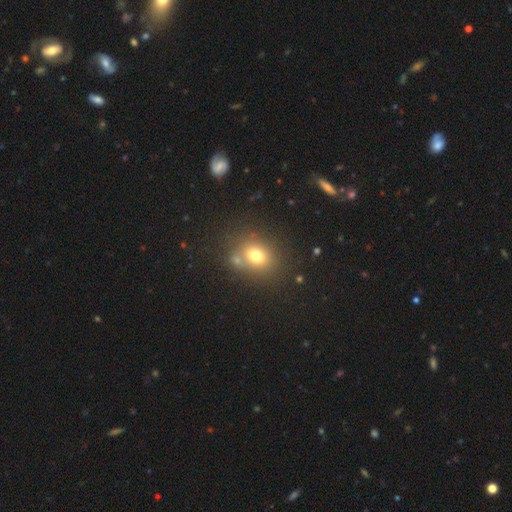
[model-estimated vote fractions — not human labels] Morphology: type=smooth (73%); roundness=round (52%); merging=none (66%).